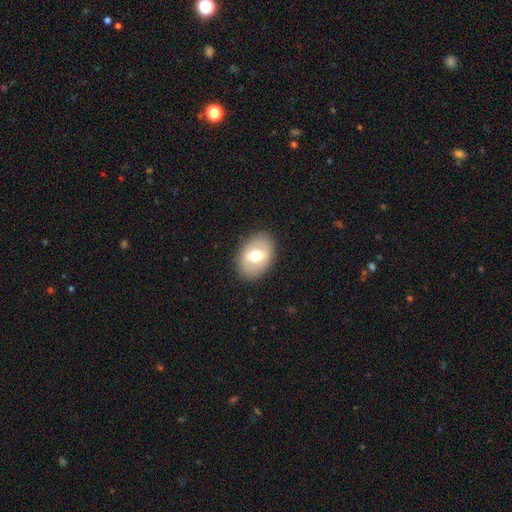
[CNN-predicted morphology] smooth 57%, featured or disk 35%, star or artifact 7%. Down the decision tree: how rounded — in between (77%); merging — none (86%).